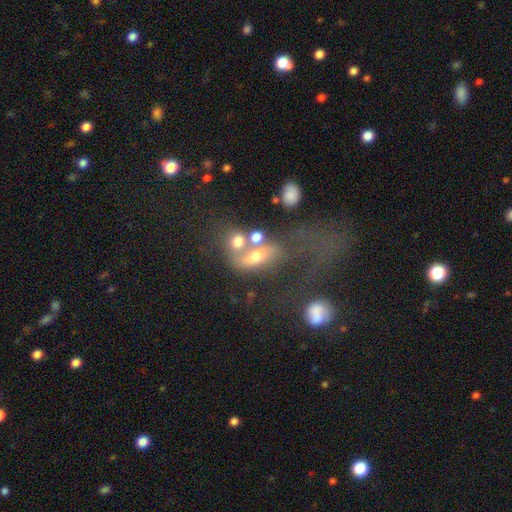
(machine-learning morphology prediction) Smooth or featured: smooth — 51% (featured or disk — 34%)
How rounded: in between — 65% (round — 23%)
Merging: merger — 47% (major disturbance — 23%)